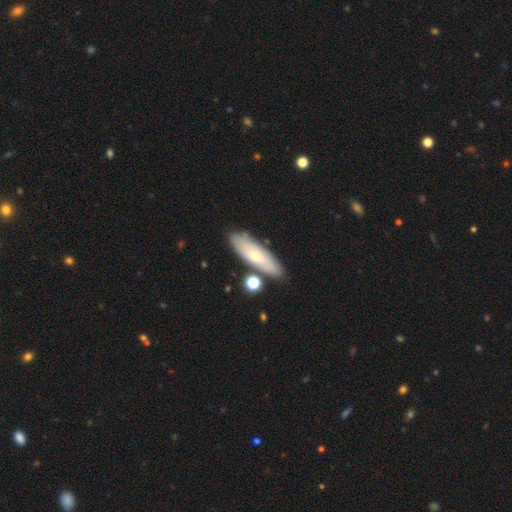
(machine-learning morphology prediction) This appears to be a smooth galaxy with no disk features (55%) that is cigar-shaped (52%). Merging: none (77%).